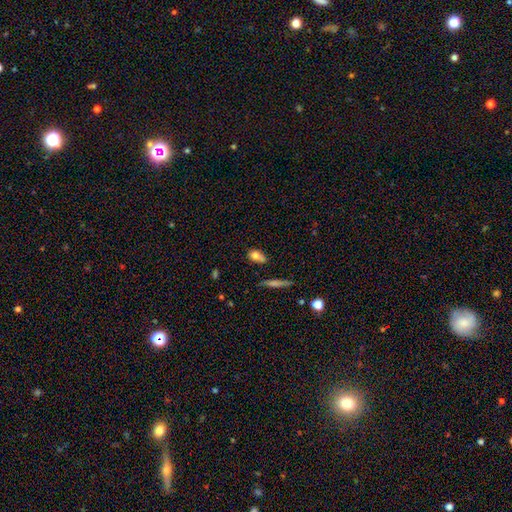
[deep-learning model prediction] This appears to be a smooth galaxy with no disk features (75%) that is in between round and cigar-shaped (61%). Merging: none (47%).